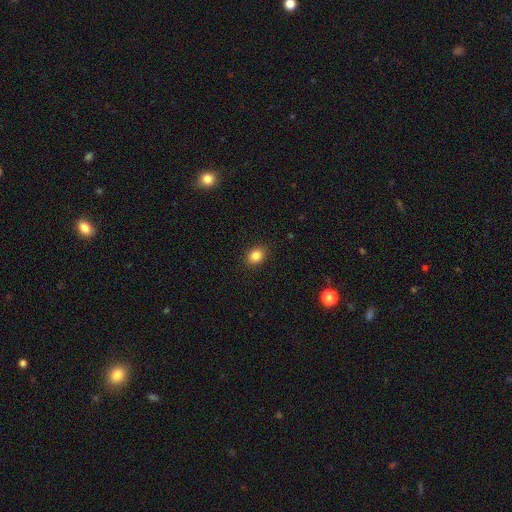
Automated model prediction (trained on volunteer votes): A smooth galaxy with no disk features (85%) that is round (52%). Merging: none (90%).